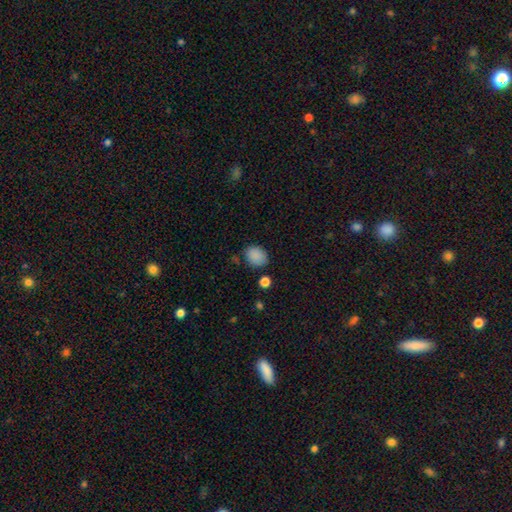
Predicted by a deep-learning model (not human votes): The model was most divided on "how rounded": in between: 57%, round: 42%, cigar-shaped: 1%. More confident: smooth or featured — smooth (88%); merging — none (78%).